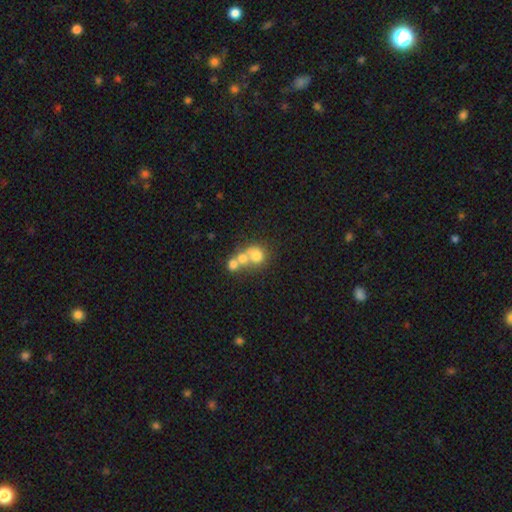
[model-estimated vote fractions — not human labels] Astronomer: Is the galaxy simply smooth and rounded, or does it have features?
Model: smooth — 65%.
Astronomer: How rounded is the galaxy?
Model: round — 77%.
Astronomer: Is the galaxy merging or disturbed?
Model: merger — 62%.